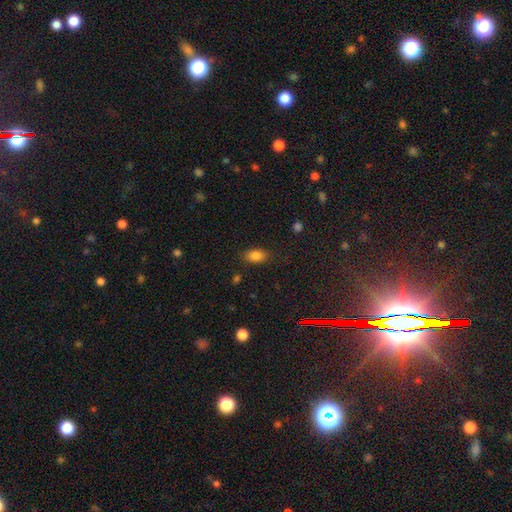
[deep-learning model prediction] A smooth galaxy with no disk features (84%) that is in between round and cigar-shaped (87%).

Vote fractions:
- Smooth or featured? smooth: 84% / star or artifact: 10% / featured or disk: 6%
- How rounded? in between: 87% / round: 10% / cigar-shaped: 3%
- Merging? none: 82% / minor disturbance: 13% / major disturbance: 4% / merger: 1%